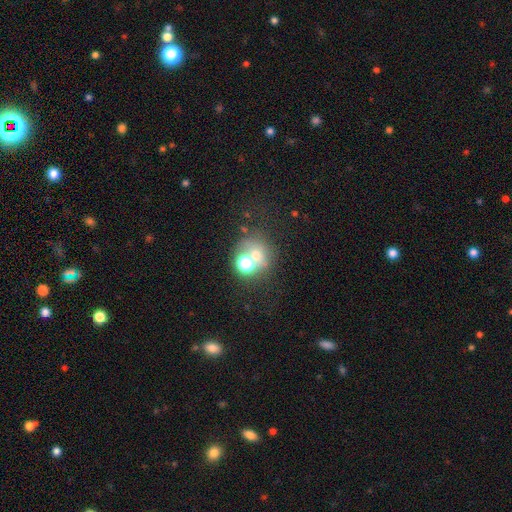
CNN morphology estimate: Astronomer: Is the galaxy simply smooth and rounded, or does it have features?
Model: smooth — 59%.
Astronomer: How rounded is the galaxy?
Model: round — 75%.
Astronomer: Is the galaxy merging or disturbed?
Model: merger — 44% (runner-up: none, 39%).